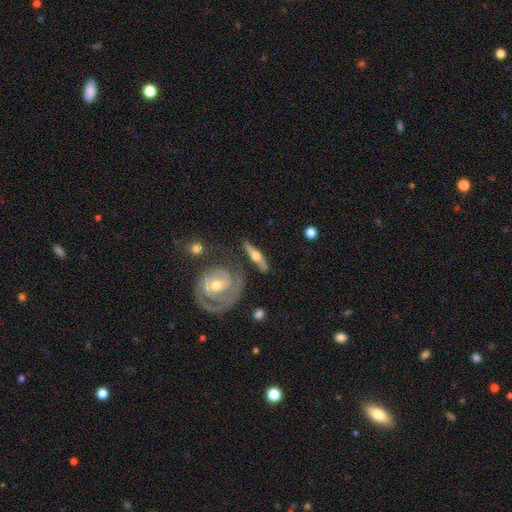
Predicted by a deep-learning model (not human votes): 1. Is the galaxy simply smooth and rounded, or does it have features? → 72% featured or disk, 23% smooth, 5% star or artifact.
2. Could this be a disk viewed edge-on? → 74% yes, 26% no.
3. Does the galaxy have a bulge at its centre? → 93% rounded, 4% boxy, 3% none.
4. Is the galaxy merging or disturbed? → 68% none, 17% minor disturbance, 8% merger, 7% major disturbance.